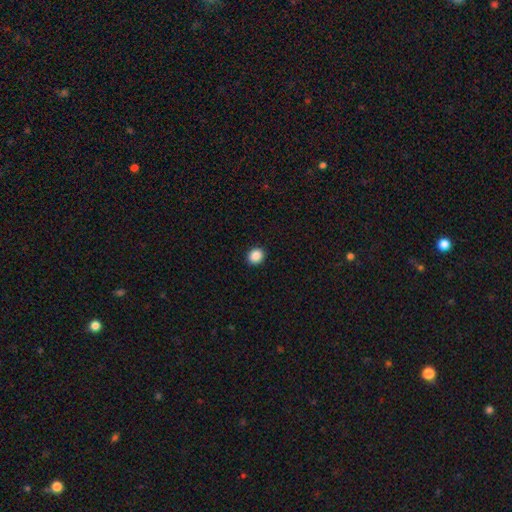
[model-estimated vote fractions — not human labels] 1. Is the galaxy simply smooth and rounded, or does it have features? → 88% smooth, 9% star or artifact, 3% featured or disk.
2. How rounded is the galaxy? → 74% round, 25% in between, 1% cigar-shaped.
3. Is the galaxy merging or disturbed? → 92% none, 5% minor disturbance, 2% major disturbance, 1% merger.